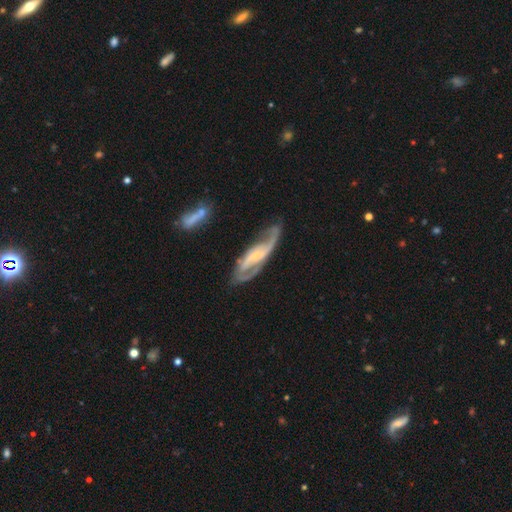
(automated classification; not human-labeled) Overall: featured or disk (85%). Edge-on disk: no (89%). Bar: weak (42%; no 35%). Spiral arms: yes (95%). Spiral arm count: 2 (84%). Spiral winding: medium (49%; loose 31%). Bulge size: small (50%; moderate 27%). Merging: none (61%; minor disturbance 22%).